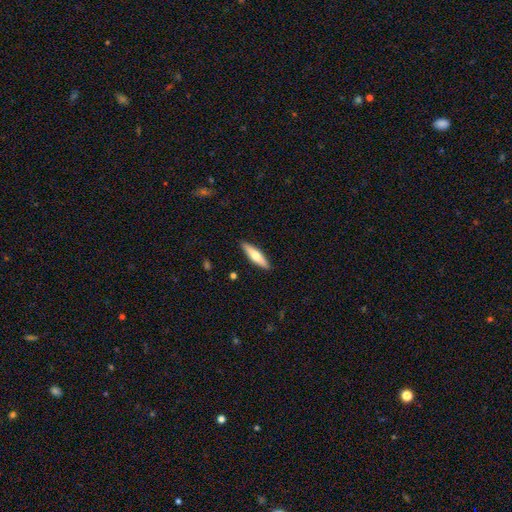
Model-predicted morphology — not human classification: Overall: smooth (58%; featured or disk 37%). How rounded: cigar-shaped (73%). Merging: none (90%).